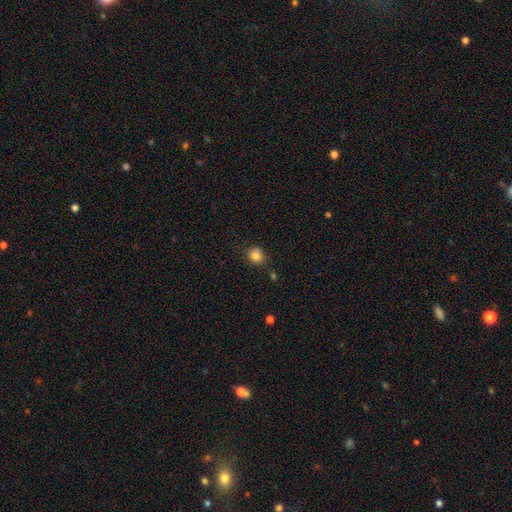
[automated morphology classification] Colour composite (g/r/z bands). It shows a smooth galaxy with no disk features (84%) that is round (78%). Merging: none (80%).